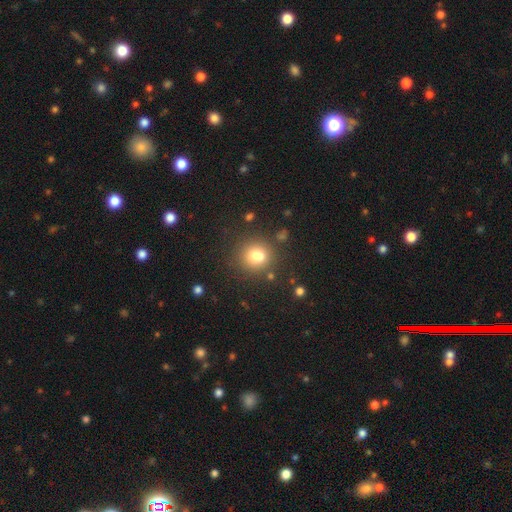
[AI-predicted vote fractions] Overall: smooth (77%). How rounded: round (81%). Merging: none (71%).